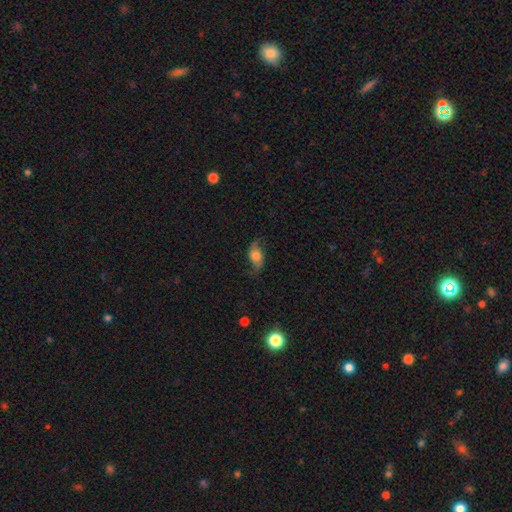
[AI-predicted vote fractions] Smooth or featured? smooth (53%)
How rounded? in between (83%)
Merging? none (63%)